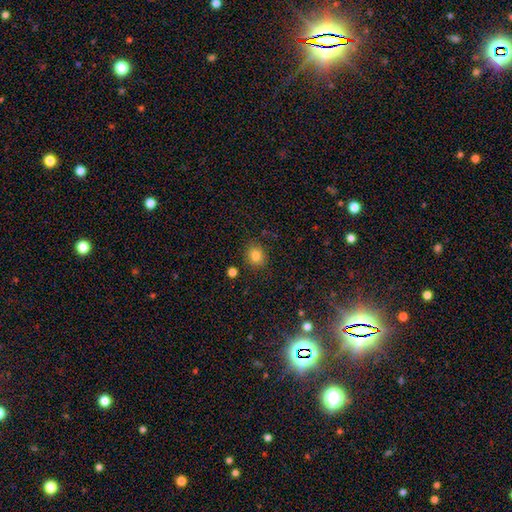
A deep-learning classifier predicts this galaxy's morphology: Smooth or featured? Predicted: smooth (p=0.83). How rounded? Predicted: round (p=0.69). Merging? Predicted: none (p=0.84).